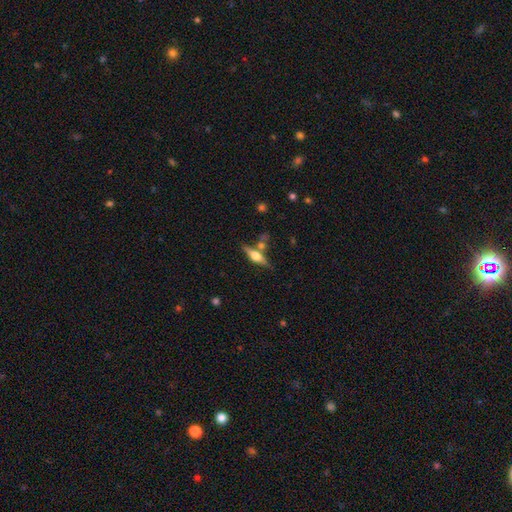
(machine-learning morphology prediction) This is likely a featured or disk galaxy (61%). It is clearly viewed edge-on (94%). Edge-on bulge: clearly rounded (88%). Merging: likely none (68%).